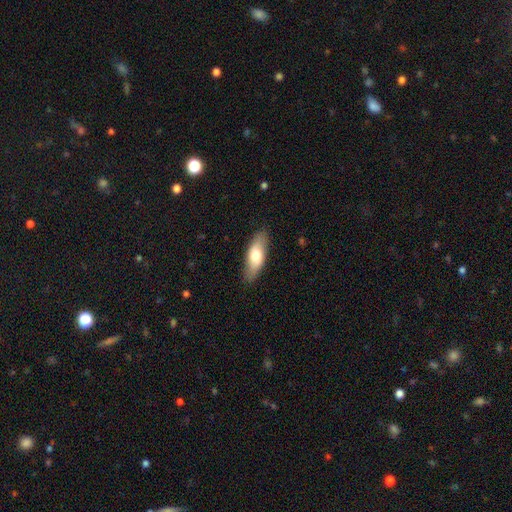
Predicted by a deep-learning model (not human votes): Q: Smooth or featured?
A: smooth (69%); runner-up: featured or disk (25%)
Q: How rounded?
A: in between (69%); runner-up: cigar-shaped (29%)
Q: Merging?
A: none (86%); runner-up: minor disturbance (11%)